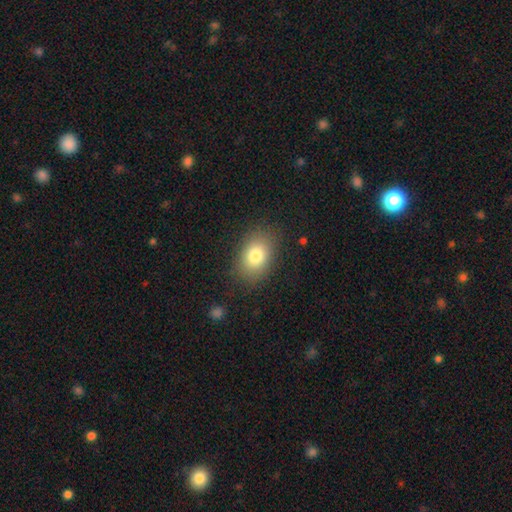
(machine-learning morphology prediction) Smooth or featured? Predicted: smooth (p=0.80). How rounded? Predicted: in between (p=0.77). Merging? Predicted: none (p=0.84).